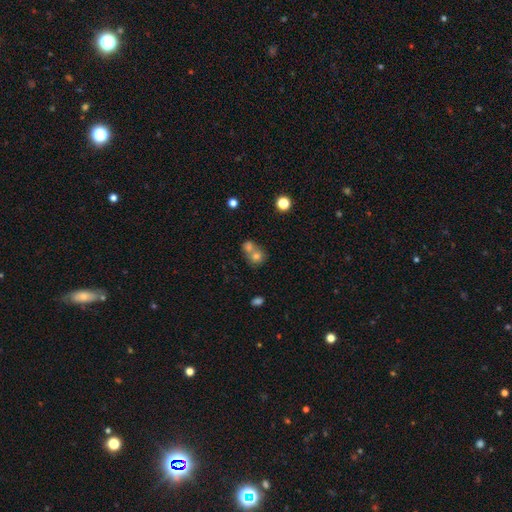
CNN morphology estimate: Smooth or featured? smooth (69%)
How rounded? round (73%)
Merging? merger (61%)